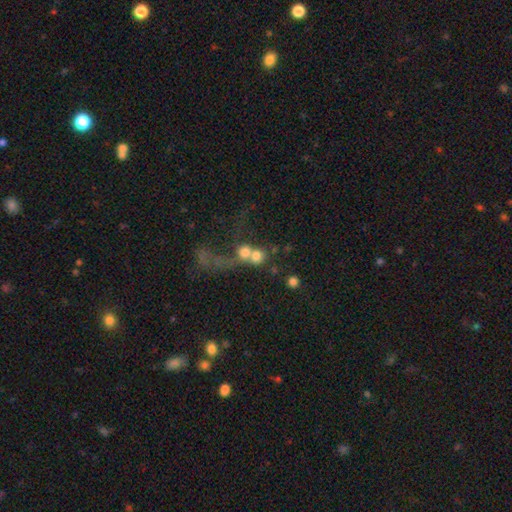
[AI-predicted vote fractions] Morphology: type=smooth (69%); roundness=round (81%); merging=merger (62%).